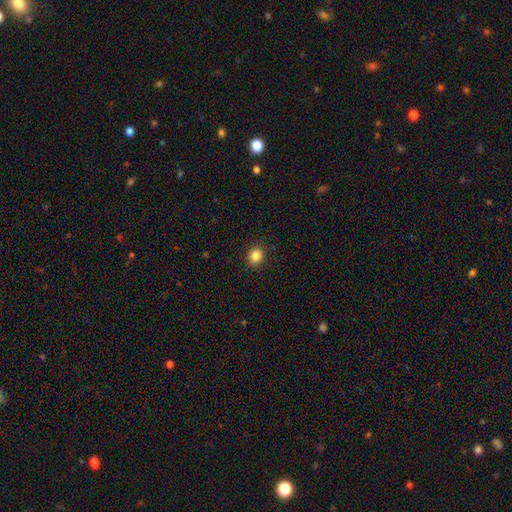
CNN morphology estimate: A smooth galaxy with no disk features (84%) that is round (82%). Merging: none (92%).